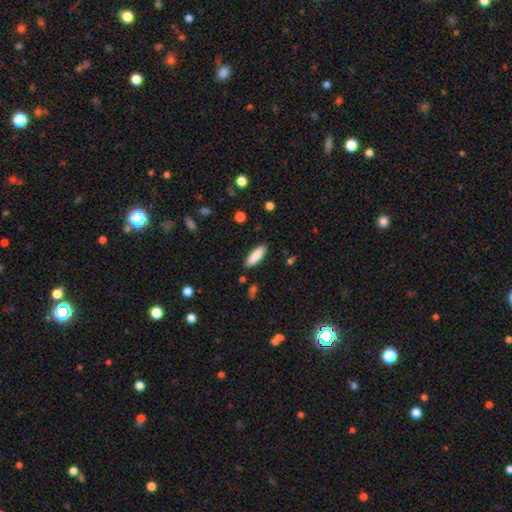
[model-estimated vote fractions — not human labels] The model was most divided on "how rounded": in between: 52%, cigar-shaped: 47%, round: 1%. More confident: merging — none (88%); smooth or featured — smooth (87%).